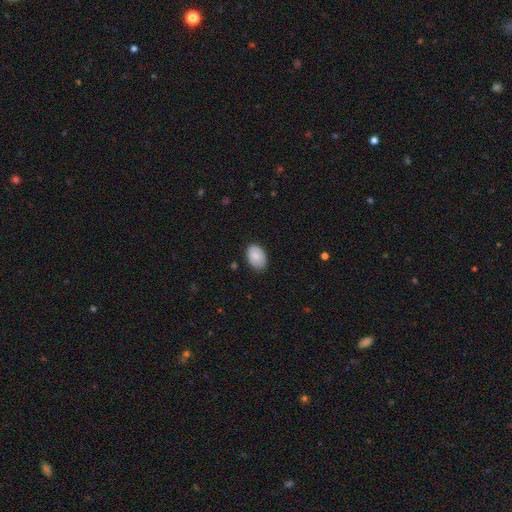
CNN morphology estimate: This appears to be a smooth galaxy with no disk features (77%) that is in between round and cigar-shaped (85%). Merging: none (83%).